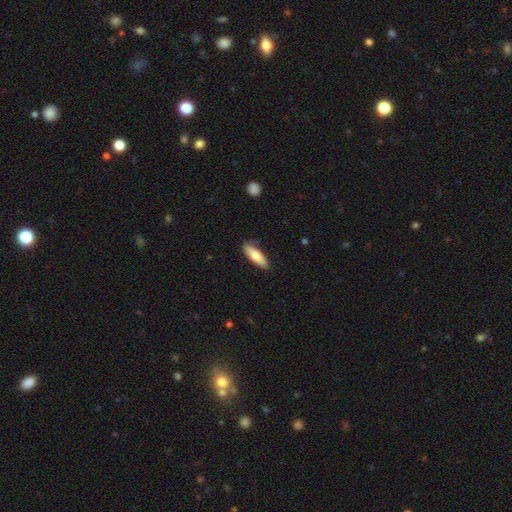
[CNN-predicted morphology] smooth-or-featured: smooth: 71% | featured or disk: 24% | star or artifact: 6%
  how-rounded: in between: 50% | cigar-shaped: 48% | round: 2%
  merging: none: 80% | minor disturbance: 16% | major disturbance: 3% | merger: 2%